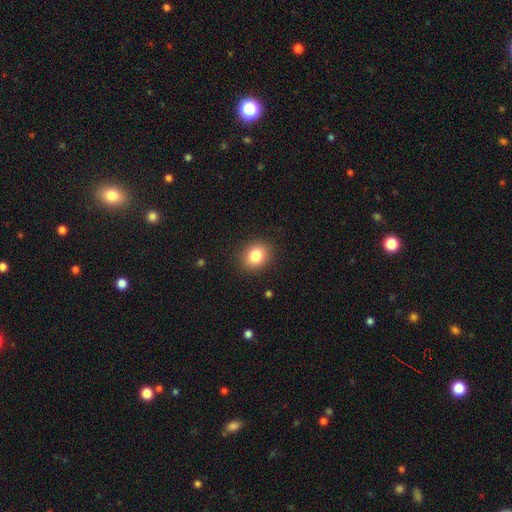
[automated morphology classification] Smooth or featured: smooth — 83% (star or artifact — 10%)
How rounded: round — 57% (in between — 42%)
Merging: none — 89% (minor disturbance — 7%)